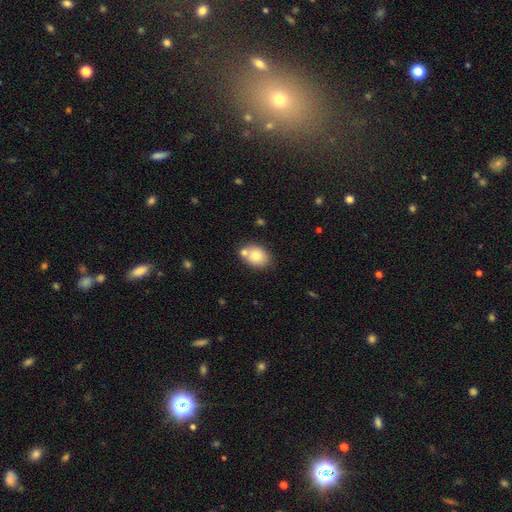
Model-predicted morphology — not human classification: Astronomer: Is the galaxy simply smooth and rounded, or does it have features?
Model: smooth — 77%.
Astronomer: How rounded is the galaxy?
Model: in between — 63%.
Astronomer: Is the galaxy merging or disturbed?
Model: none — 62%.